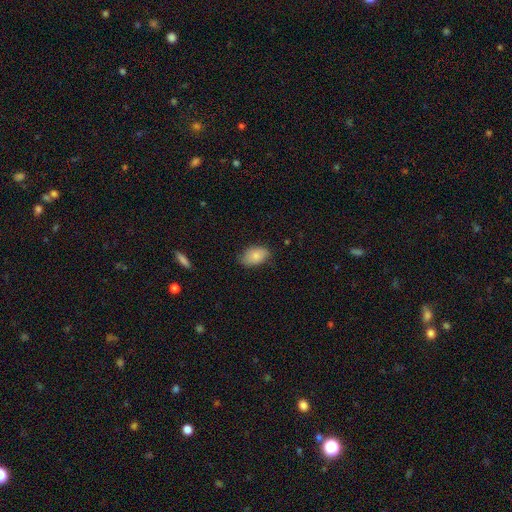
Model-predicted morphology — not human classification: Smooth or featured?
  - smooth: 82% *
  - featured or disk: 11%
  - star or artifact: 7%
How rounded?
  - in between: 90% *
  - round: 9%
  - cigar-shaped: 1%
Merging?
  - none: 73% *
  - minor disturbance: 22%
  - major disturbance: 4%
  - merger: 1%